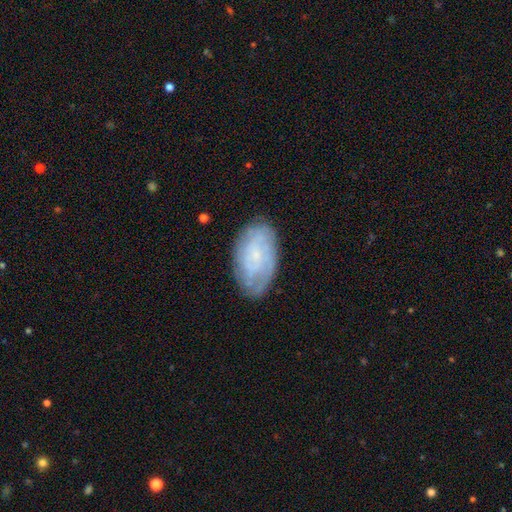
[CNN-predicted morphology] Smooth or featured: featured or disk — 58% (smooth — 34%)
Edge-on disk: no — 95% (yes — 5%)
Bar: no — 76% (weak — 21%)
Spiral arms: yes — 77% (no — 23%)
Bulge size: small — 71% (none — 15%)
Merging: none — 73% (minor disturbance — 20%)